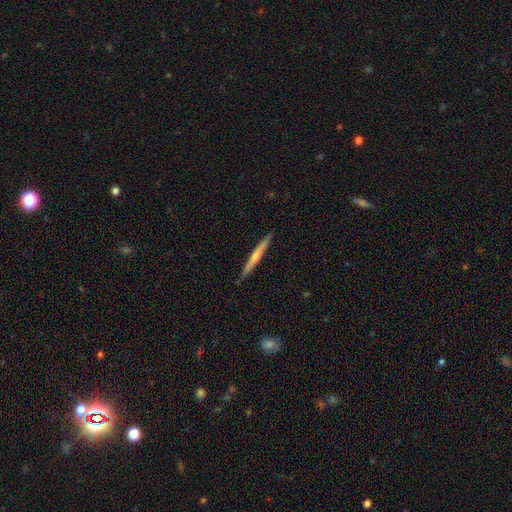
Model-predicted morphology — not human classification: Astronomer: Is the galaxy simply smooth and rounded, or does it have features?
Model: featured or disk — 52% (runner-up: smooth, 43%).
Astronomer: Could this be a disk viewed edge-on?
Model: yes — 96%.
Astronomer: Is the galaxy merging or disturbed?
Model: none — 89%.